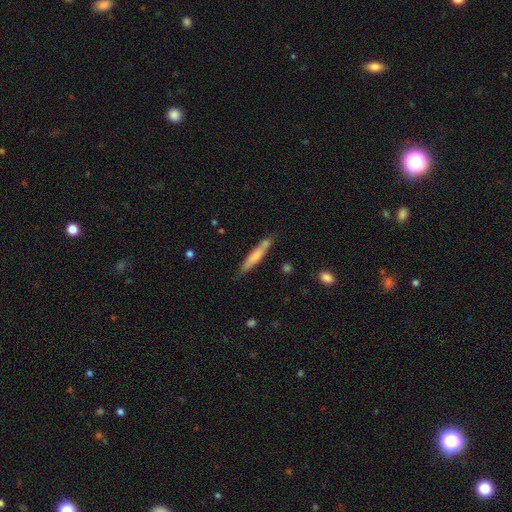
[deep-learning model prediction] smooth 63%, featured or disk 32%, star or artifact 6%. Down the decision tree: how rounded — cigar-shaped (92%); merging — none (75%).